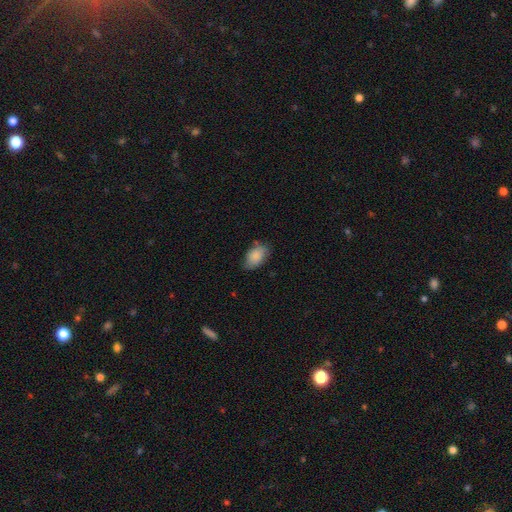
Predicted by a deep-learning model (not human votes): This appears to be a smooth galaxy with no disk features (86%) that is in between round and cigar-shaped (89%). Merging: none (69%).